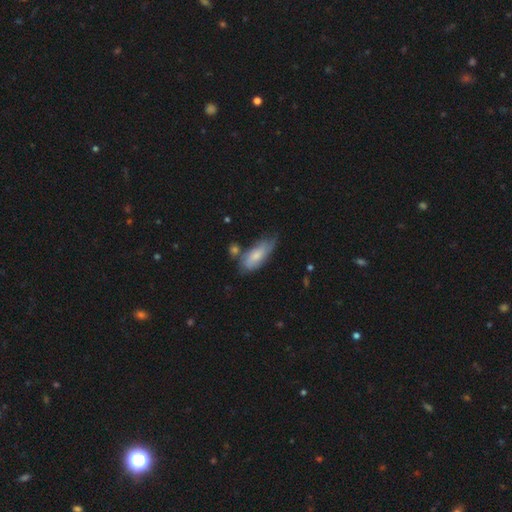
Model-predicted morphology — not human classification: Overall: smooth (64%; featured or disk 29%). How rounded: in between (77%). Merging: none (47%; minor disturbance 33%).